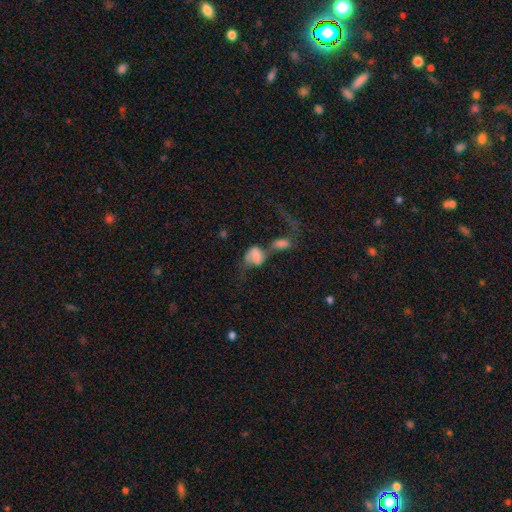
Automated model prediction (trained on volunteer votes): Smooth or featured: smooth — 53% (featured or disk — 35%)
How rounded: in between — 72% (round — 25%)
Merging: merger — 58% (major disturbance — 21%)